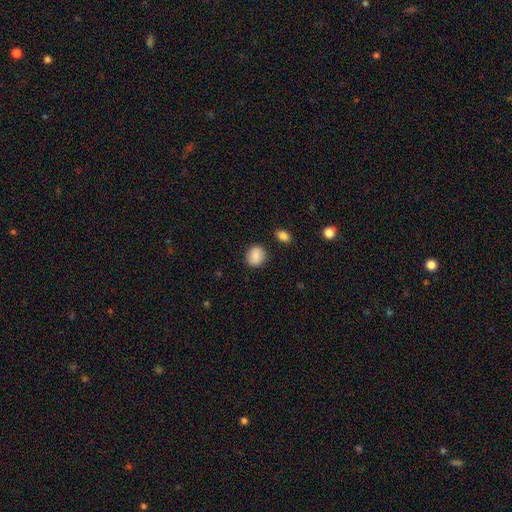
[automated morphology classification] type=smooth (87%); roundness=round (72%); merging=none (86%).